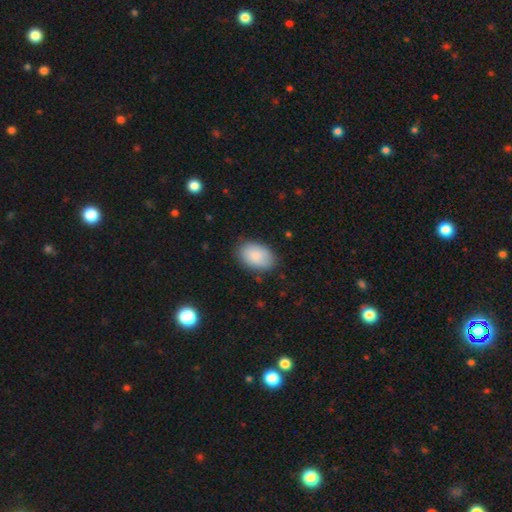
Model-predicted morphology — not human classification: smooth 87%, featured or disk 7%, star or artifact 6%. Down the decision tree: how rounded — in between (88%); merging — none (83%).